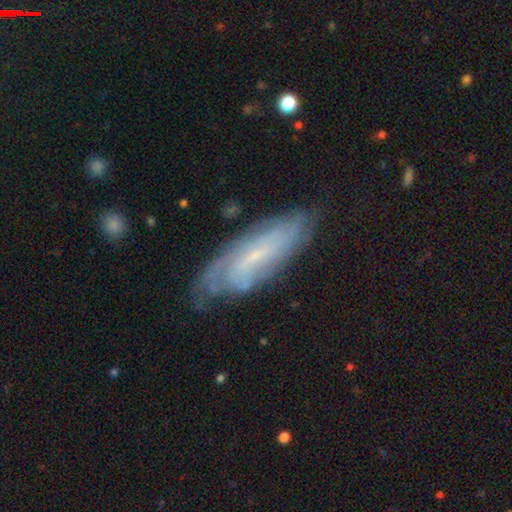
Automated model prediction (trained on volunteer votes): Smooth or featured? featured or disk (70%)
Edge-on disk? no (81%)
Bar? no (43%)
Spiral arms? yes (88%)
Bulge size? small (71%)
Merging? none (67%)